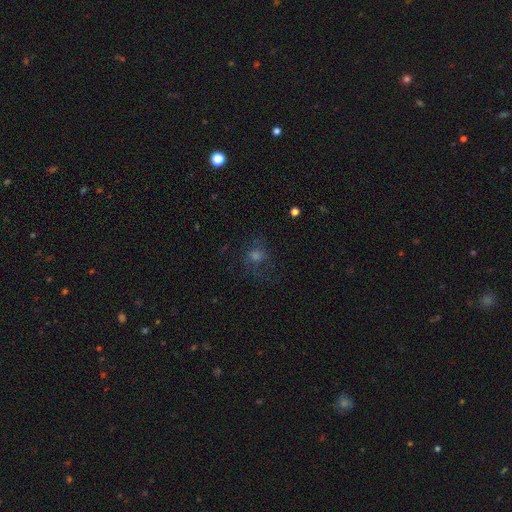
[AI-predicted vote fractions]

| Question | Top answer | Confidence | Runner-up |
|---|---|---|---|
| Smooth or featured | smooth | 39% | star or artifact (31%) |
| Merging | none | 61% | major disturbance (20%) |